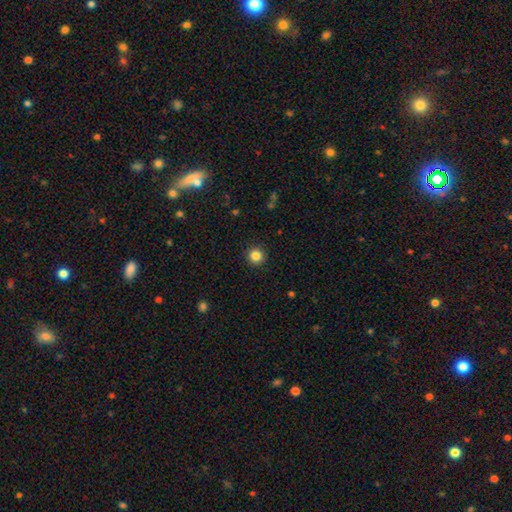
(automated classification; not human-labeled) The model was most divided on "smooth or featured": smooth: 85%, star or artifact: 11%, featured or disk: 4%. More confident: how rounded — round (95%); merging — none (92%).